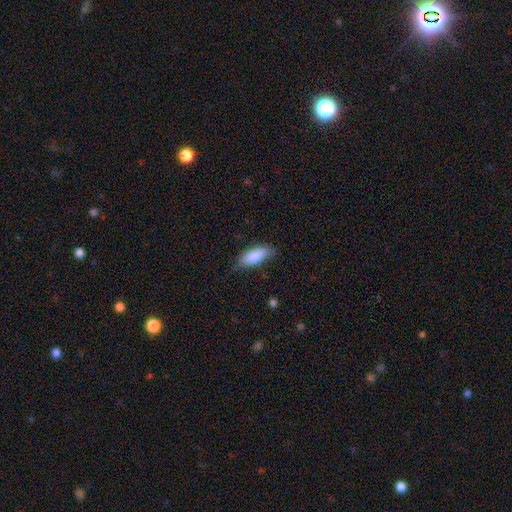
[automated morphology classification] The model was most divided on "merging": none: 72%, minor disturbance: 23%, major disturbance: 4%, merger: 1%. More confident: smooth or featured — smooth (85%); how rounded — in between (79%).